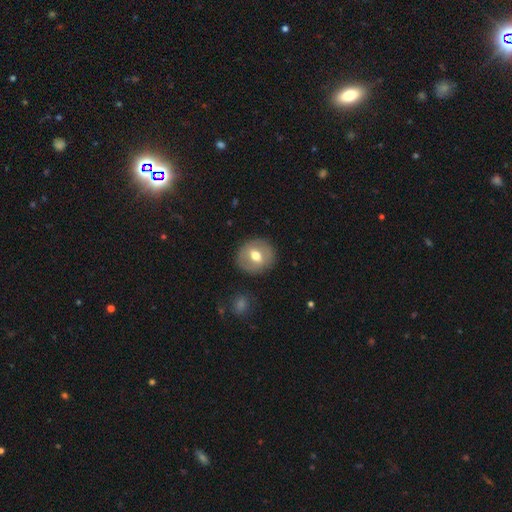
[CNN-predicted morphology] Q: Smooth or featured?
A: smooth (57%); runner-up: featured or disk (36%)
Q: How rounded?
A: round (77%); runner-up: in between (22%)
Q: Merging?
A: none (86%); runner-up: minor disturbance (9%)